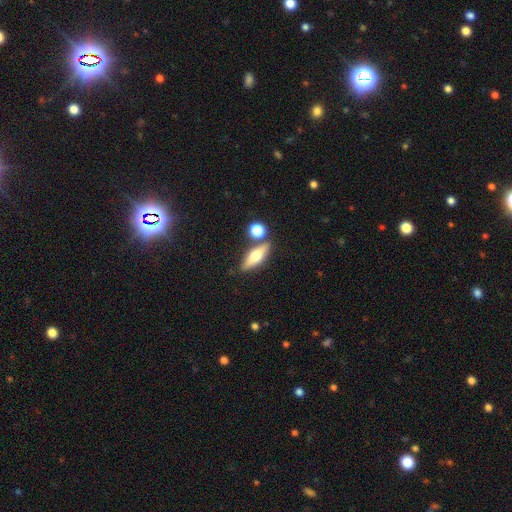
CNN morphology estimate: A smooth galaxy with no disk features (51%) that is in between round and cigar-shaped (52%). Merging: none (72%).